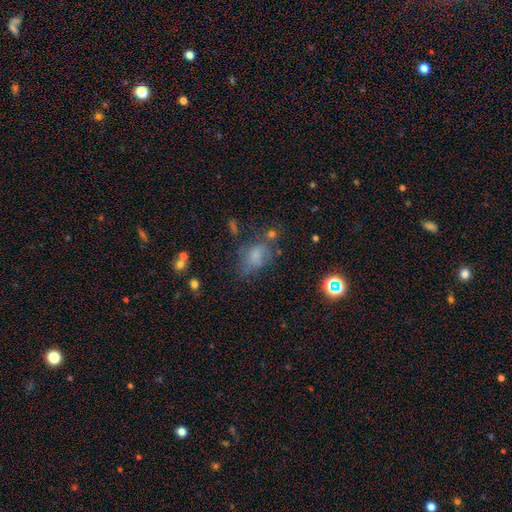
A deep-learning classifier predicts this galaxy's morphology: smooth_or_featured: smooth (p=0.58) [alt: featured or disk p=0.23]
how_rounded: in between (p=0.77) [alt: round p=0.21]
merging: none (p=0.45) [alt: minor disturbance p=0.25]